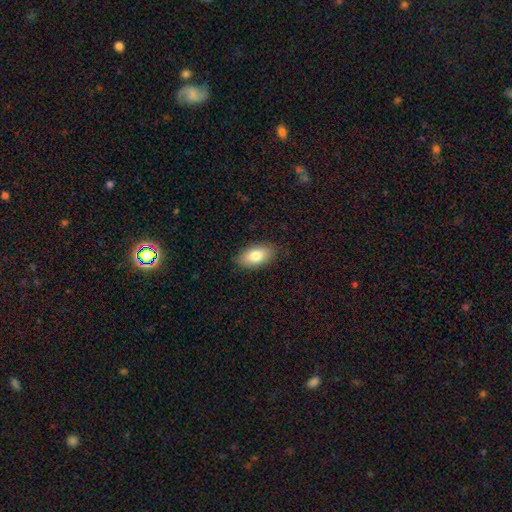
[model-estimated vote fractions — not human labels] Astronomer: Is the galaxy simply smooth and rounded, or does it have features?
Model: smooth — 81%.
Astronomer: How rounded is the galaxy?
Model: in between — 93%.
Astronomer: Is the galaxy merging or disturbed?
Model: none — 84%.